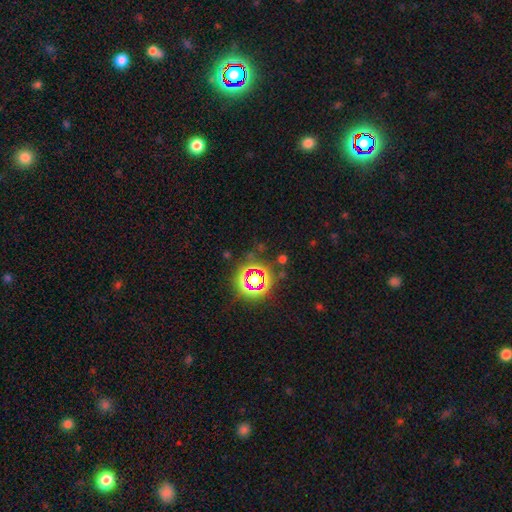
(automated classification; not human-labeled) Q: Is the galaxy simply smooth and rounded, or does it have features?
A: star or artifact — 74%.